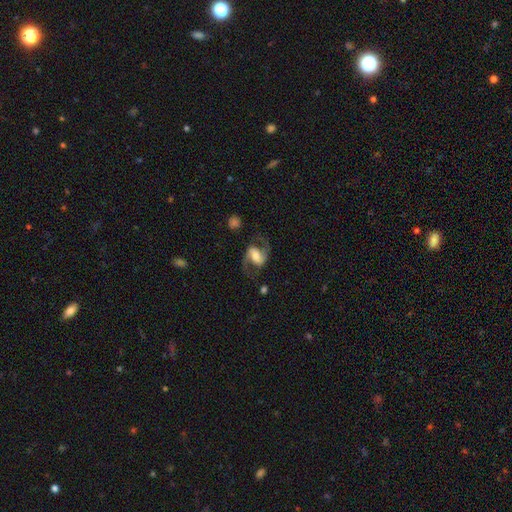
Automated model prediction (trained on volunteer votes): A featured or disk galaxy (87%) with a weak bar (43%), 2 (94%) medium (51%) spiral arms (97%) and a moderate central bulge (53%). Merging: none (76%).